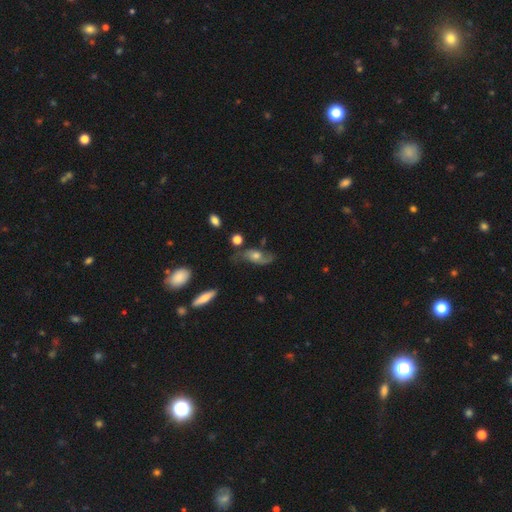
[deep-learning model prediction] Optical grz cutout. It shows a featured or disk galaxy (65%) with no bar (70%), spiral arms (87%) and a moderate central bulge (59%). Merging: none (57%).